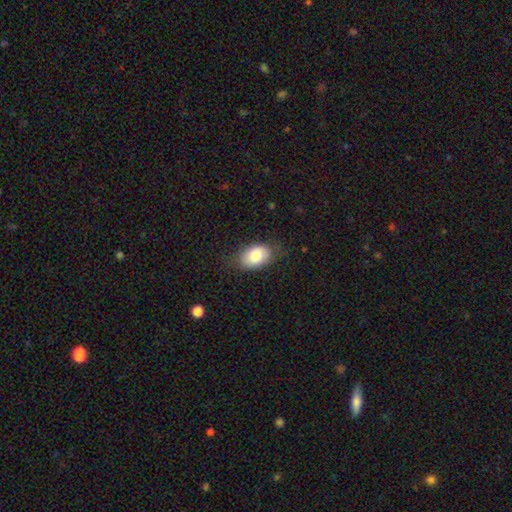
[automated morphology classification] This appears to be a smooth galaxy with no disk features (82%) that is in between round and cigar-shaped (86%). Merging: none (75%).